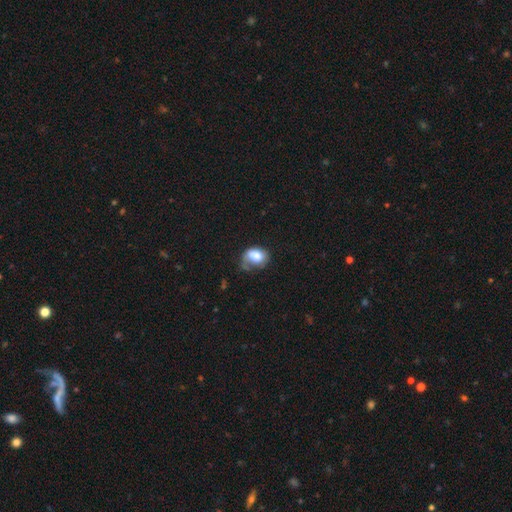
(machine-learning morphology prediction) Overall: smooth (73%). How rounded: in between (64%; round 35%). Merging: none (32%, tied with minor disturbance).